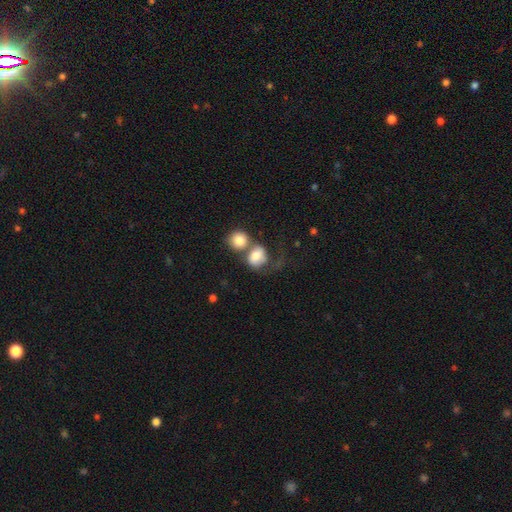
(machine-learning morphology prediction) Overall: smooth (73%). How rounded: round (61%; in between 38%). Merging: merger (60%).